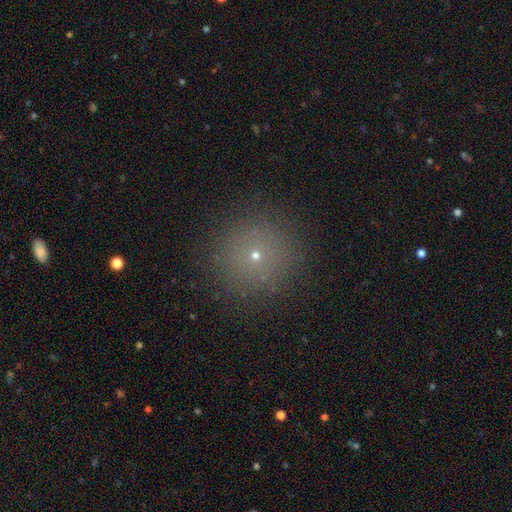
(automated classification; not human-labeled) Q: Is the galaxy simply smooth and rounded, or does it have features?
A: smooth — 62%.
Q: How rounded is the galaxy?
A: round — 95%.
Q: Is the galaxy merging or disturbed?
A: none — 89%.